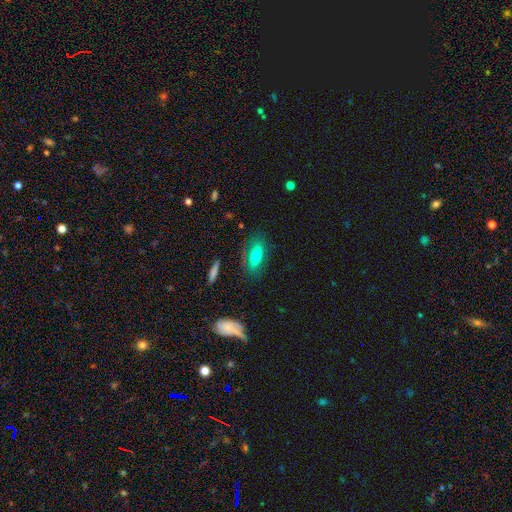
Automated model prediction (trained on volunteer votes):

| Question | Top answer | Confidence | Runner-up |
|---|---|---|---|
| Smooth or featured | smooth | 56% | featured or disk (35%) |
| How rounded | in between | 74% | cigar-shaped (21%) |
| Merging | none | 72% | minor disturbance (18%) |